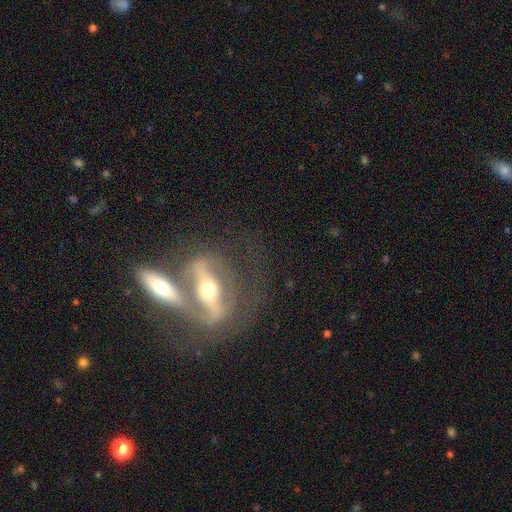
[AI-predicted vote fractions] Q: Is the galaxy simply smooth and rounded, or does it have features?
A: featured or disk — 77%.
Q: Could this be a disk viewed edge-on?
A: yes — 52%.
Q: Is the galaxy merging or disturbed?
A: merger — 50%.